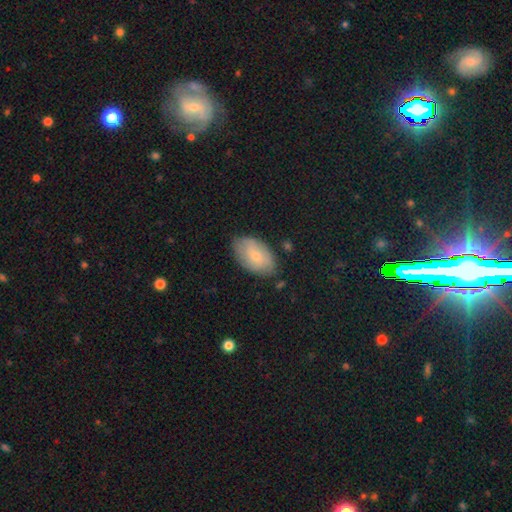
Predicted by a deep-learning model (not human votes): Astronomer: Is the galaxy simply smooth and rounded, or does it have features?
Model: smooth — 64%.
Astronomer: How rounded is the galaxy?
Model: in between — 93%.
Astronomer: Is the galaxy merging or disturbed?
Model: none — 74%.